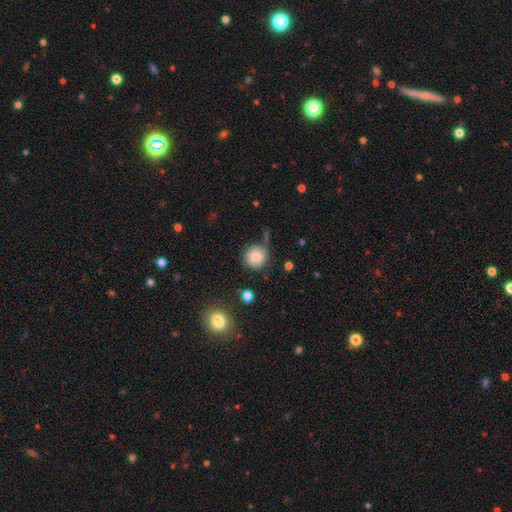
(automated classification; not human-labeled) This is clearly a smooth galaxy (84%). How rounded: clearly round (93%). Merging: likely none (75%).